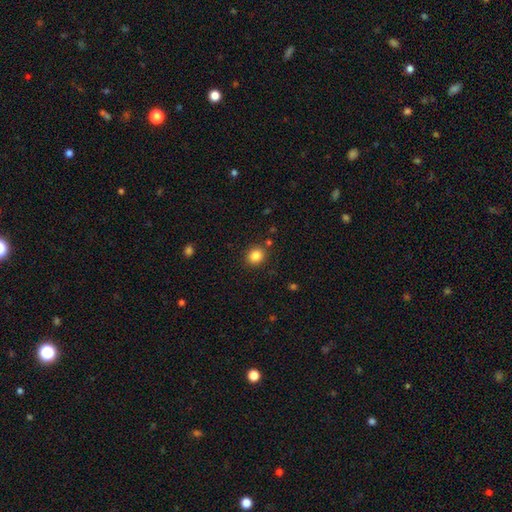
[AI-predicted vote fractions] This is clearly a smooth galaxy (84%). How rounded: likely round (79%). Merging: clearly none (87%).